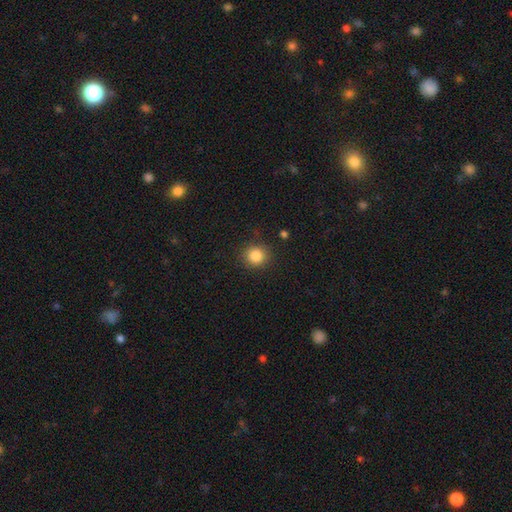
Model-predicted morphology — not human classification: smooth 85%, star or artifact 10%, featured or disk 5%. Down the decision tree: how rounded — round (90%); merging — none (88%).